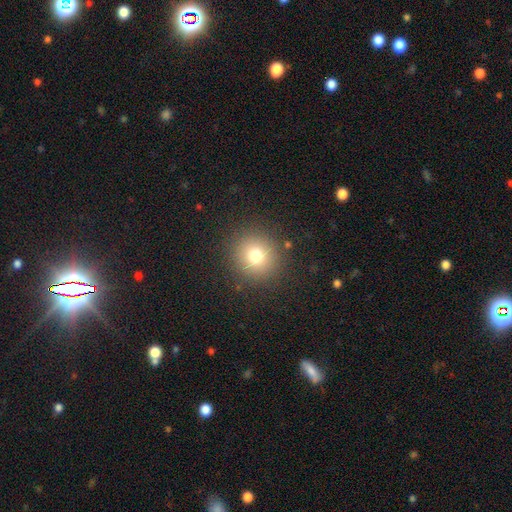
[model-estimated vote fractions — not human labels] smooth_or_featured: smooth (p=0.75) [alt: star or artifact p=0.15]
how_rounded: round (p=0.92) [alt: in between p=0.07]
merging: none (p=0.88) [alt: minor disturbance p=0.07]